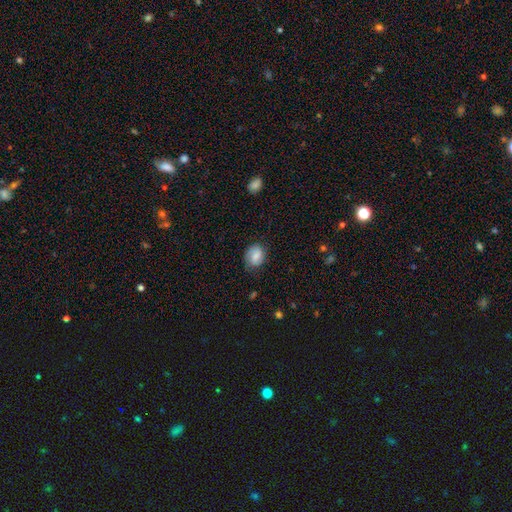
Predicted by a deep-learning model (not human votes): Smooth or featured? smooth (63%)
How rounded? round (50%)
Merging? none (71%)